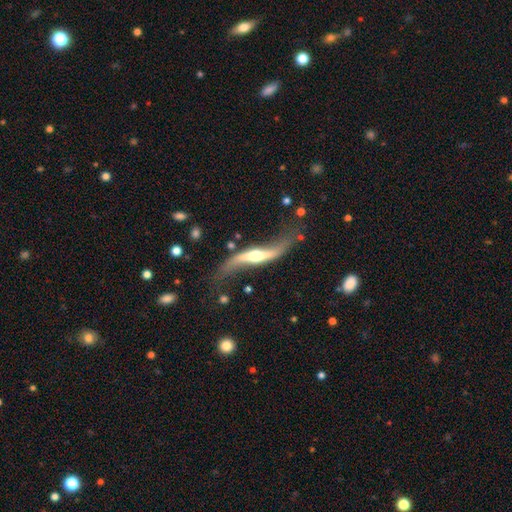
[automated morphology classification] Smooth or featured? Predicted: featured or disk (p=0.85). Edge-on disk? Predicted: no (p=0.61). Bar? Predicted: strong (p=0.45). Spiral arms? Predicted: yes (p=0.91). Bulge size? Predicted: moderate (p=0.61). Merging? Predicted: none (p=0.54).